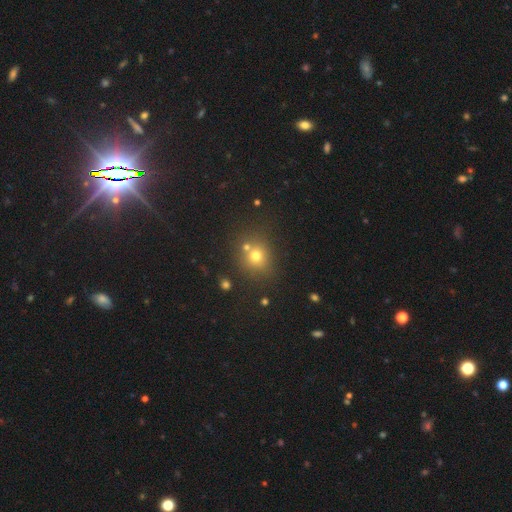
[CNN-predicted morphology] Smooth or featured: smooth — 68% (star or artifact — 21%)
How rounded: round — 78% (in between — 21%)
Merging: none — 67% (merger — 19%)